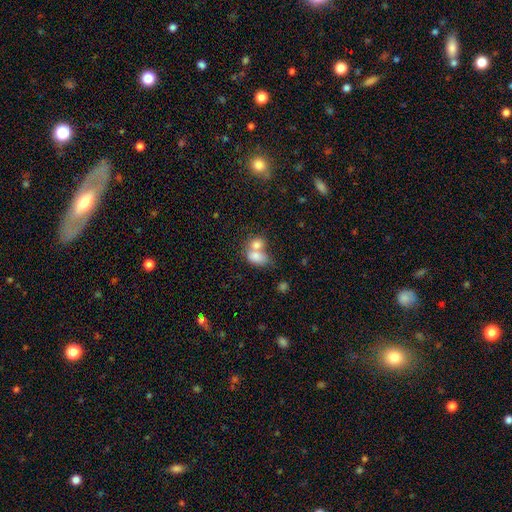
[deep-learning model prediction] Smooth or featured? Predicted: smooth (p=0.77). How rounded? Predicted: in between (p=0.77). Merging? Predicted: merger (p=0.67).